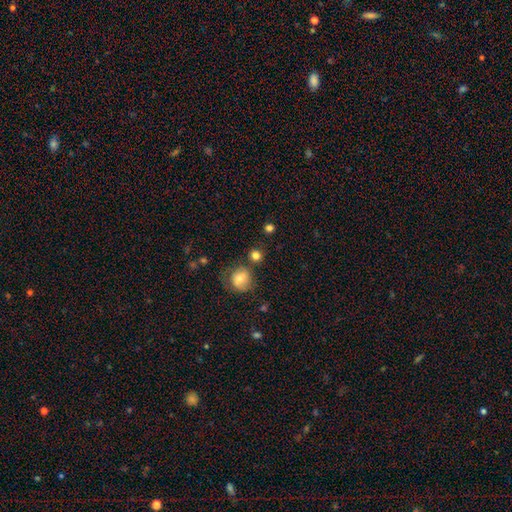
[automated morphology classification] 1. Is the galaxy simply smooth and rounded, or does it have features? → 81% smooth, 11% star or artifact, 8% featured or disk.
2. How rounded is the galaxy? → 87% round, 12% in between, 1% cigar-shaped.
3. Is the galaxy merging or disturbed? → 73% none, 12% merger, 11% minor disturbance, 4% major disturbance.